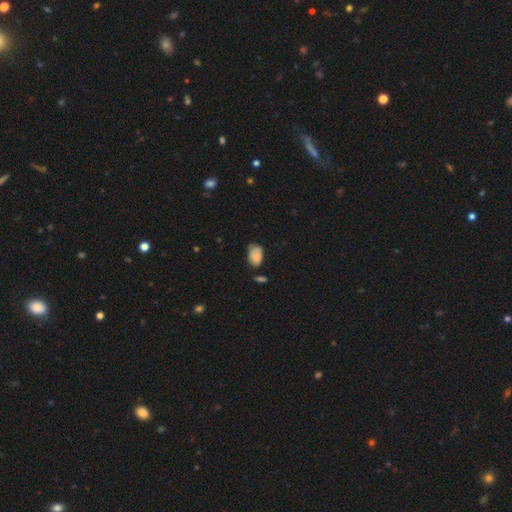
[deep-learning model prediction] smooth_or_featured: smooth (p=0.82) [alt: featured or disk p=0.10]
how_rounded: in between (p=0.87) [alt: round p=0.12]
merging: none (p=0.53) [alt: minor disturbance p=0.34]